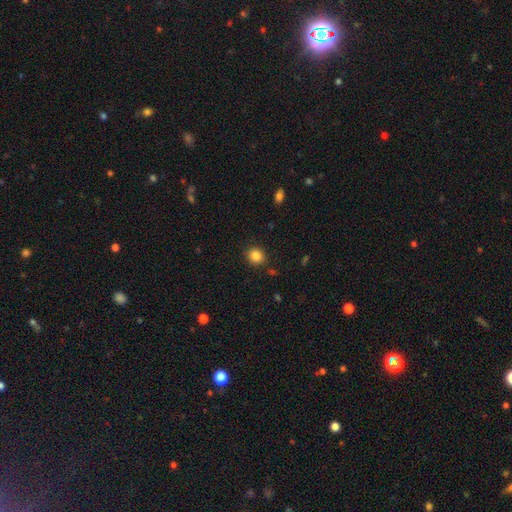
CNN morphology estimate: This is clearly a smooth galaxy (85%). How rounded: likely round (77%). Merging: clearly none (88%).